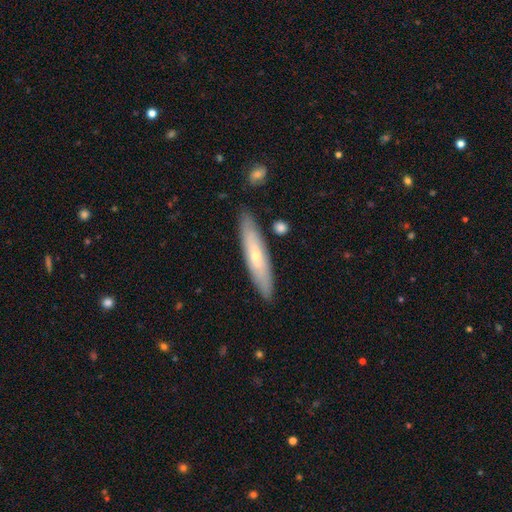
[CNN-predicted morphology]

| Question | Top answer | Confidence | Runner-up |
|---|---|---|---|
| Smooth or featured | smooth | 49% | featured or disk (45%) |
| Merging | none | 86% | minor disturbance (10%) |